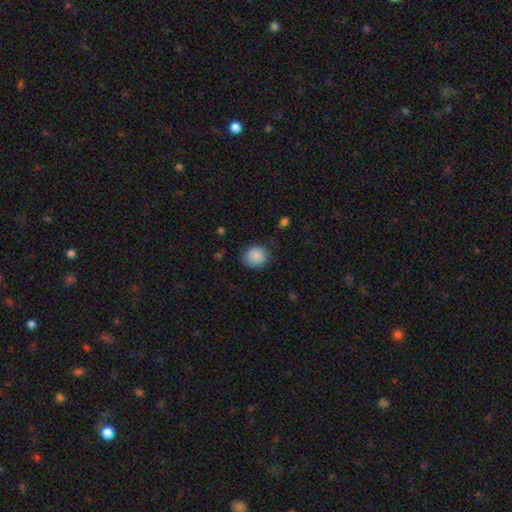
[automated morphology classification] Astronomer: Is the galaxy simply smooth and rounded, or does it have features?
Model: smooth — 86%.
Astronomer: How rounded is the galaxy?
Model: round — 82%.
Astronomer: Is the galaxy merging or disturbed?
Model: none — 76%.